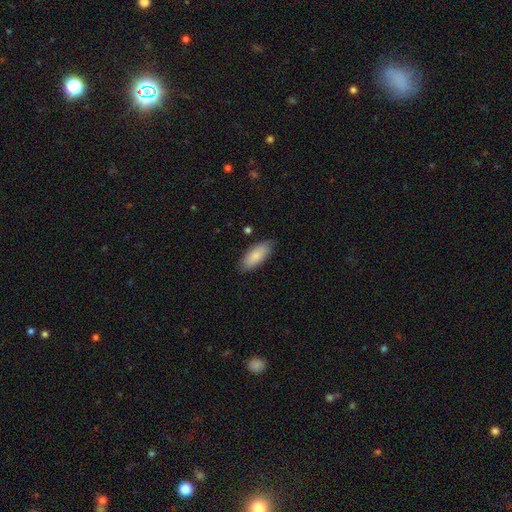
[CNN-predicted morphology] This appears to be a smooth galaxy with no disk features (84%) that is in between round and cigar-shaped (83%). Merging: none (83%).